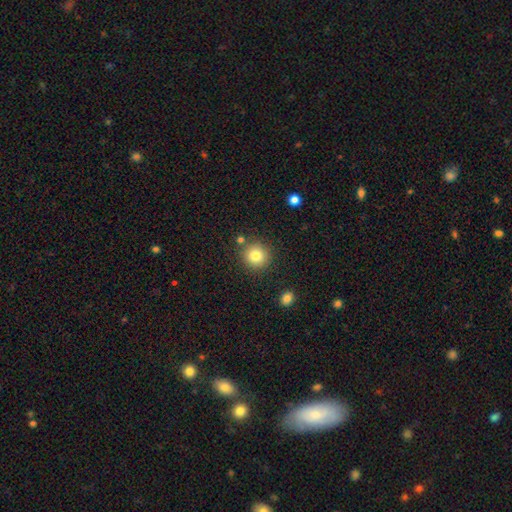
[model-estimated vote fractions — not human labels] smooth_or_featured: smooth (p=0.82) [alt: star or artifact p=0.11]
how_rounded: round (p=0.93) [alt: in between p=0.06]
merging: none (p=0.84) [alt: minor disturbance p=0.08]